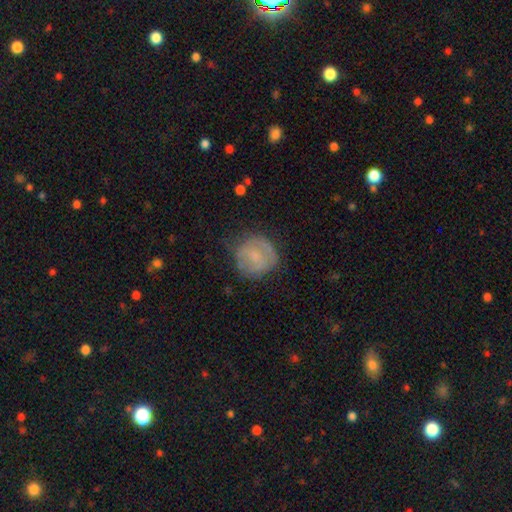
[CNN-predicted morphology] This is possibly a smooth galaxy (58%). How rounded: clearly round (86%). Merging: likely none (62%).